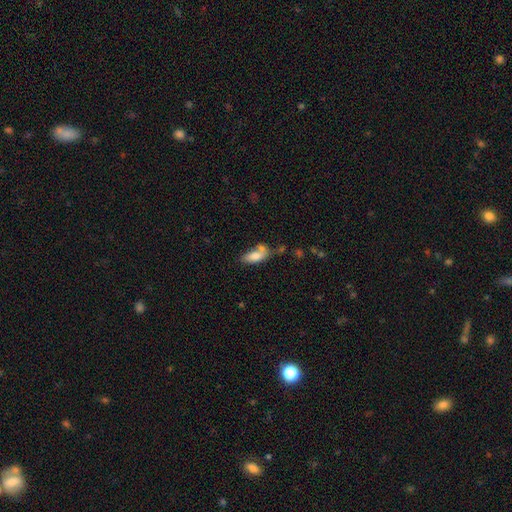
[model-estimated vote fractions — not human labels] Q: Smooth or featured?
A: smooth (76%); runner-up: featured or disk (17%)
Q: How rounded?
A: in between (78%); runner-up: cigar-shaped (19%)
Q: Merging?
A: none (45%); runner-up: merger (29%)